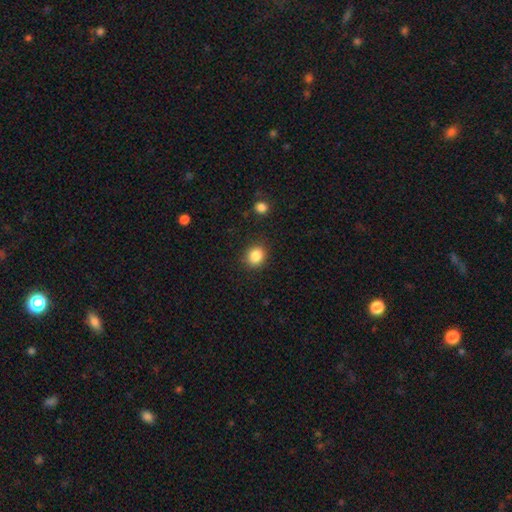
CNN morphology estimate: smooth-or-featured: smooth: 86% | star or artifact: 10% | featured or disk: 4%
  how-rounded: round: 75% | in between: 24% | cigar-shaped: 1%
  merging: none: 88% | minor disturbance: 8% | major disturbance: 3% | merger: 2%